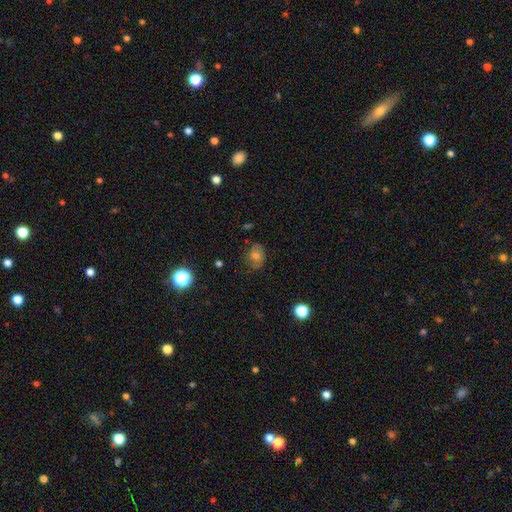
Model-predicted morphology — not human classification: type=smooth (53%); roundness=in between (53%); merging=none (71%).